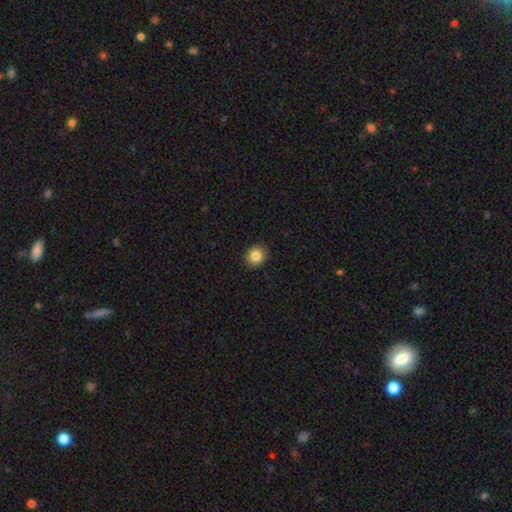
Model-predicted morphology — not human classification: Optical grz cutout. It shows a smooth galaxy with no disk features (85%) that is round (81%). Merging: none (92%).